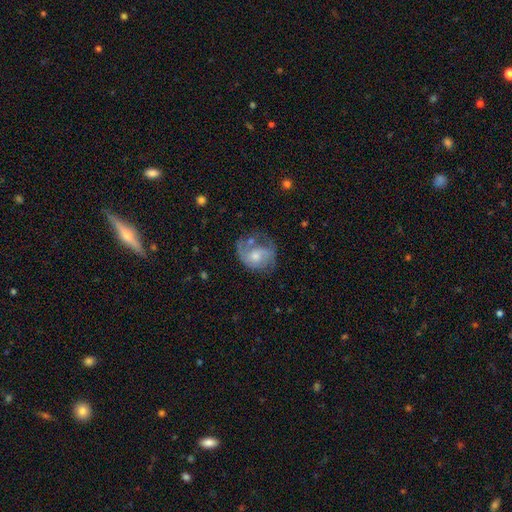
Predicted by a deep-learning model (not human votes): Smooth or featured: featured or disk — 68% (smooth — 25%)
Edge-on disk: no — 98% (yes — 2%)
Bar: no — 68% (weak — 27%)
Spiral arms: yes — 83% (no — 17%)
Spiral winding: medium — 46% (tight — 27%)
Spiral arm count: 2 — 60% (can't tell — 17%)
Bulge size: moderate — 51% (small — 39%)
Merging: none — 43% (minor disturbance — 25%)